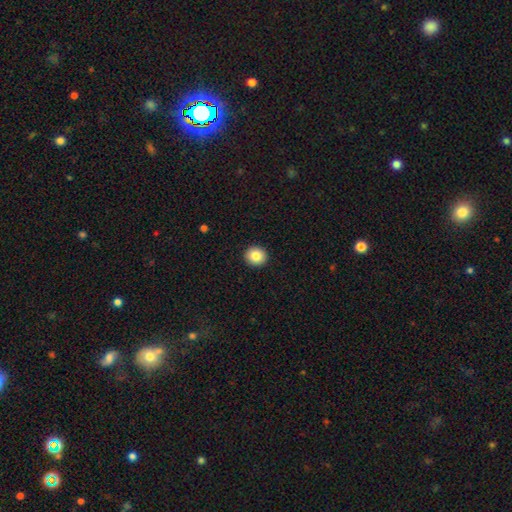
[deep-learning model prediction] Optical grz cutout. It shows a smooth galaxy with no disk features (85%) that is round (87%). Merging: none (93%).